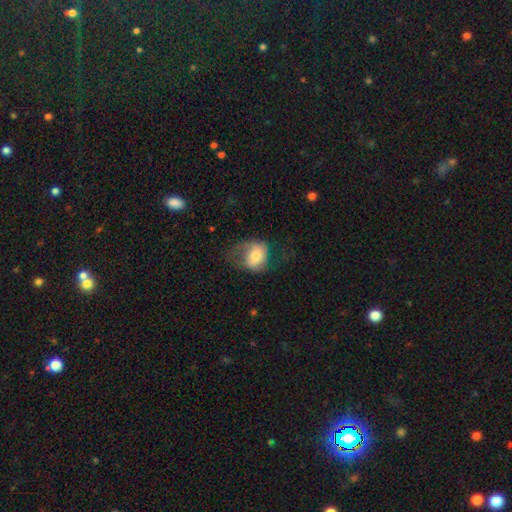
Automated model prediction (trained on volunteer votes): Morphology: type=smooth (53%); roundness=in between (50%); merging=none (37%).